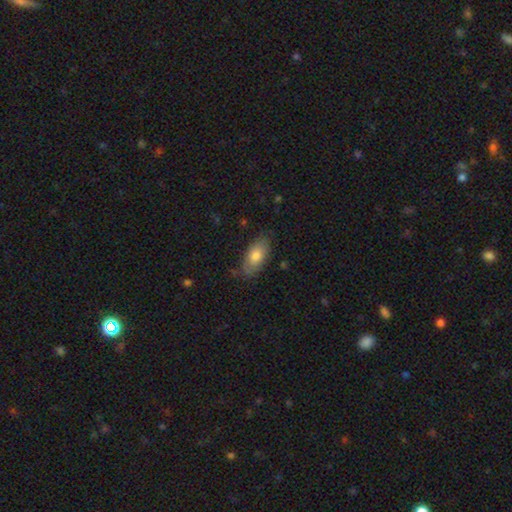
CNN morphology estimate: The model was most divided on "merging": none: 75%, minor disturbance: 19%, major disturbance: 4%, merger: 2%. More confident: how rounded — in between (90%); smooth or featured — smooth (77%).